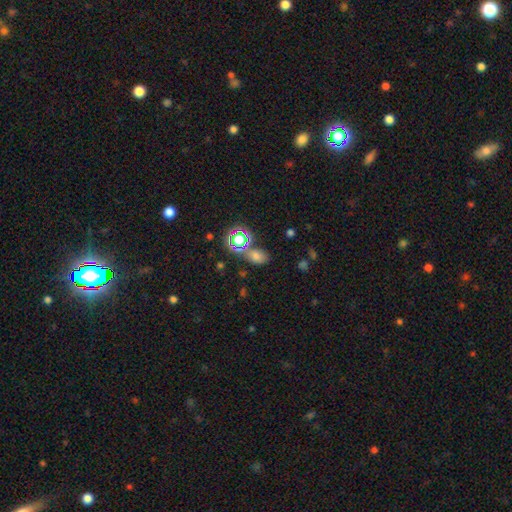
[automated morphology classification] smooth-or-featured: smooth: 62% | star or artifact: 30% | featured or disk: 9%
  how-rounded: in between: 69% | round: 30% | cigar-shaped: 2%
  merging: none: 69% | merger: 13% | minor disturbance: 13% | major disturbance: 5%